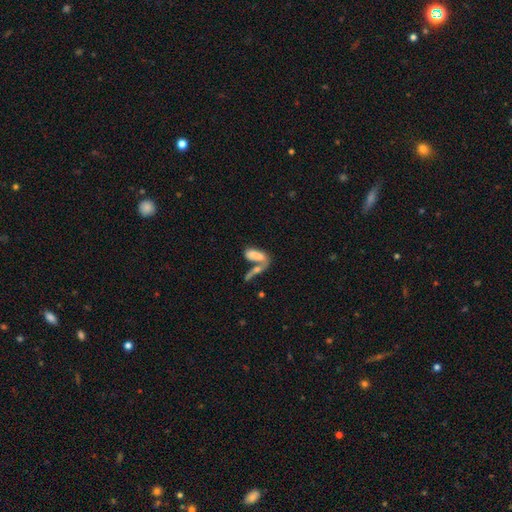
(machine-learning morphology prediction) Smooth or featured: smooth — 69% (featured or disk — 21%)
How rounded: in between — 74% (cigar-shaped — 22%)
Merging: merger — 58% (none — 23%)